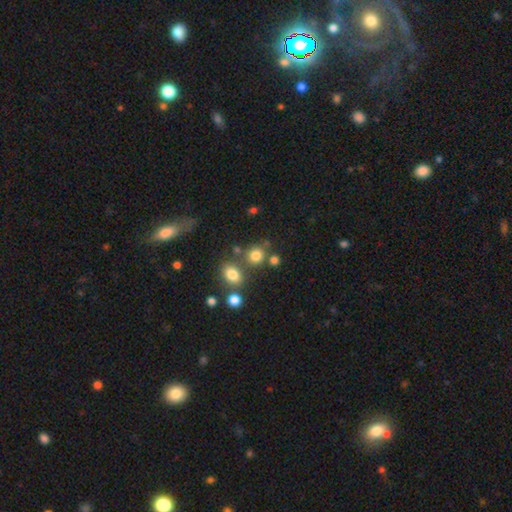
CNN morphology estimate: Smooth or featured?
  - smooth: 78% *
  - star or artifact: 14%
  - featured or disk: 7%
How rounded?
  - round: 80% *
  - in between: 19%
  - cigar-shaped: 1%
Merging?
  - none: 66% *
  - merger: 19%
  - minor disturbance: 11%
  - major disturbance: 5%